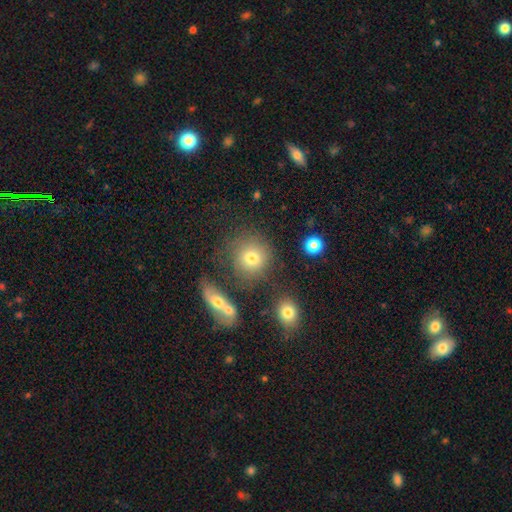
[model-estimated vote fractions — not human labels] This is likely a smooth galaxy (69%). How rounded: clearly round (87%). Merging: likely none (70%).